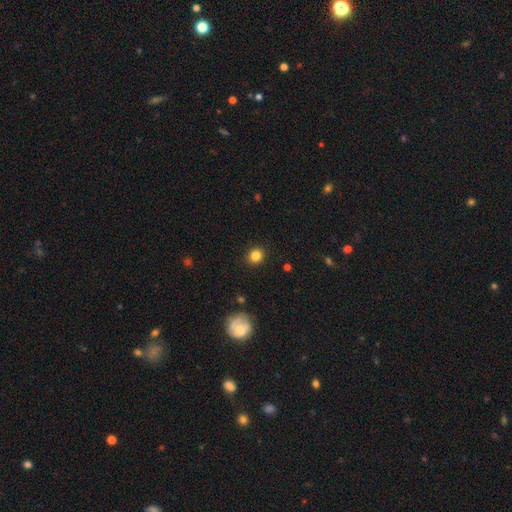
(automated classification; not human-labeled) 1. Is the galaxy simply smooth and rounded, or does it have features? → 84% smooth, 11% star or artifact, 5% featured or disk.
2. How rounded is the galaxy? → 83% round, 16% in between, 1% cigar-shaped.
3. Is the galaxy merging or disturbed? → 90% none, 7% minor disturbance, 2% major disturbance, 1% merger.